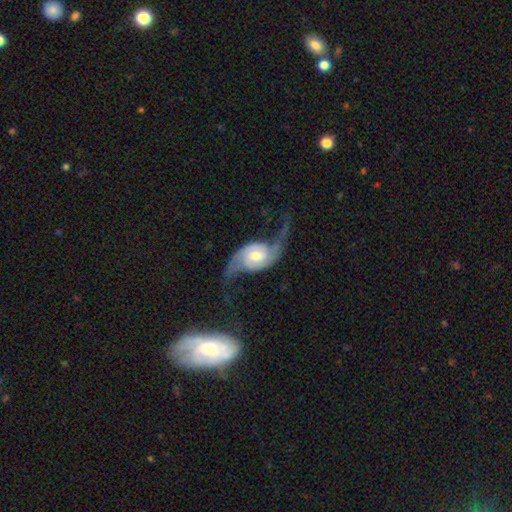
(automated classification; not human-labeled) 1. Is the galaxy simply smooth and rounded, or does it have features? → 89% featured or disk, 7% smooth, 4% star or artifact.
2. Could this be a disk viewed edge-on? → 96% no, 4% yes.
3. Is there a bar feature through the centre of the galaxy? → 47% no, 40% weak, 12% strong.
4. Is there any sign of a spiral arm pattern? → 97% yes, 3% no.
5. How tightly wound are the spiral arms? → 71% loose, 22% medium, 7% tight.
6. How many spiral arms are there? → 93% 2, 2% can't tell, 2% 1, 1% 3, 1% 4, 1% more than 4.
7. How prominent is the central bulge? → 63% moderate, 24% small, 9% large, 2% none, 2% dominant.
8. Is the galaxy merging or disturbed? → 60% none, 20% major disturbance, 17% minor disturbance, 2% merger.